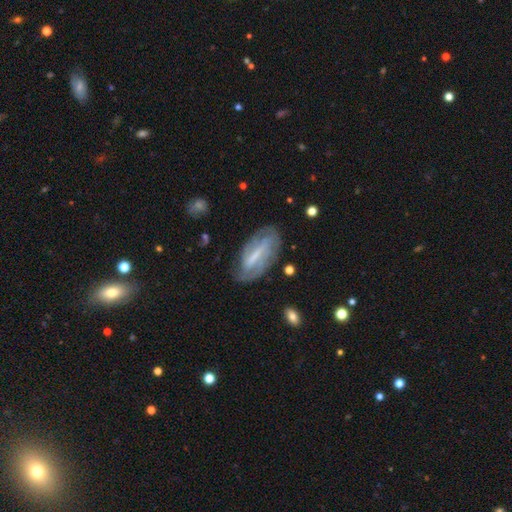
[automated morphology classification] smooth-or-featured: featured or disk: 72% | smooth: 21% | star or artifact: 7%
  disk-edge-on: no: 89% | yes: 11%
    bar: strong: 53% | weak: 35% | no: 12%
    has-spiral-arms: yes: 83% | no: 17%
      spiral-winding: tight: 47% | medium: 36% | loose: 17%
      spiral-arm-count: 2: 45% | can't tell: 35% | 3: 7% | 1: 7% | 4: 3% | more than 4: 2%
    bulge-size: small: 44% | none: 26% | moderate: 24% | large: 4% | dominant: 1%
  merging: none: 71% | minor disturbance: 19% | major disturbance: 8% | merger: 2%